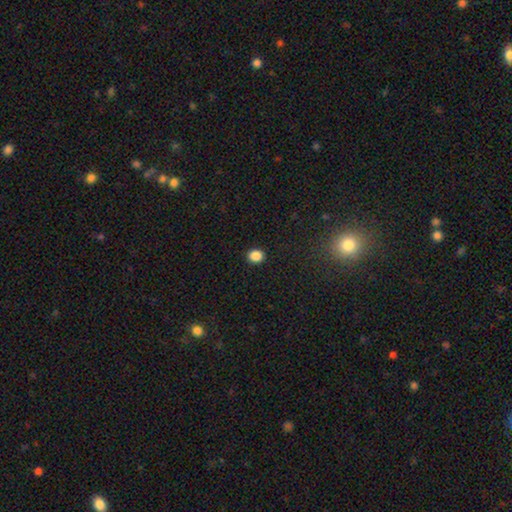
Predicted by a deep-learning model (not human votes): Smooth or featured? Predicted: smooth (p=0.86). How rounded? Predicted: round (p=0.74). Merging? Predicted: none (p=0.92).